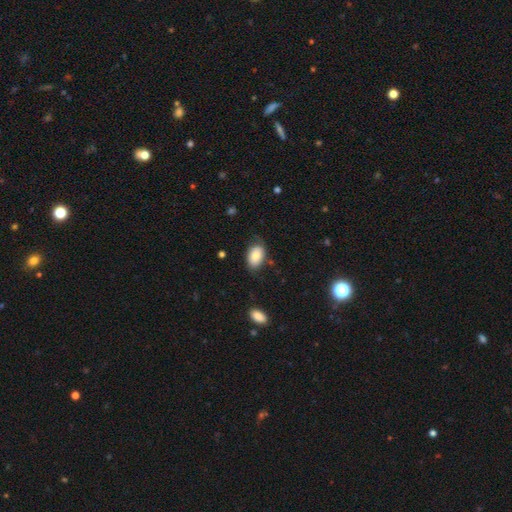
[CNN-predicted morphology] smooth 82%, featured or disk 10%, star or artifact 7%. Down the decision tree: how rounded — in between (92%); merging — none (67%).